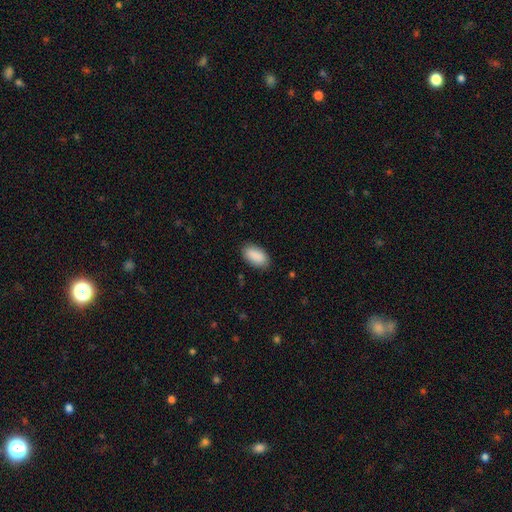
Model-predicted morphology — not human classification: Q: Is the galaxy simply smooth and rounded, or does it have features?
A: smooth — 90%.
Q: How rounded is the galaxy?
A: in between — 94%.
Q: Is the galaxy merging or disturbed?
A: none — 85%.